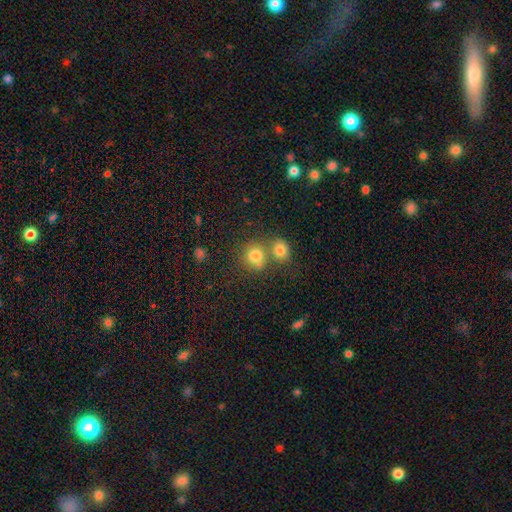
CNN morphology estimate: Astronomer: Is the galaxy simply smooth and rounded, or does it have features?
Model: smooth — 78%.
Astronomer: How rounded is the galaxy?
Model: round — 80%.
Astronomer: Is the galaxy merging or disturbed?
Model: none — 50% (runner-up: merger, 38%).